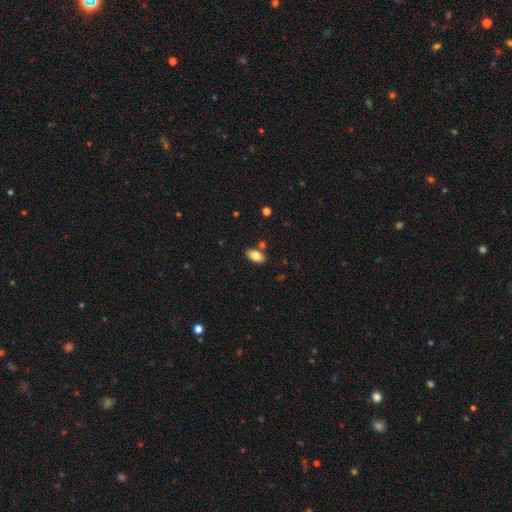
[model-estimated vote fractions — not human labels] Smooth or featured: smooth — 82% (featured or disk — 10%)
How rounded: in between — 93% (cigar-shaped — 4%)
Merging: none — 81% (minor disturbance — 10%)